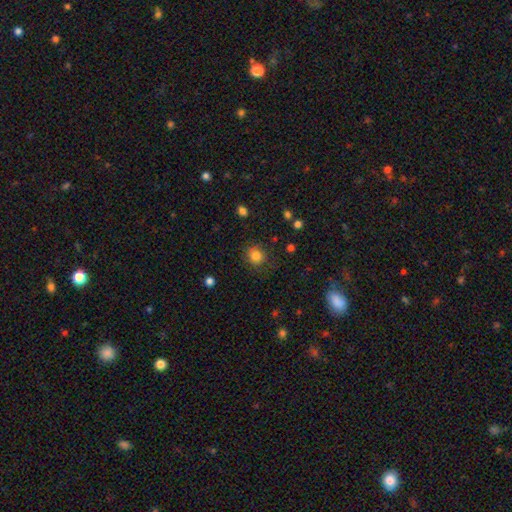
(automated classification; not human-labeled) Smooth or featured? Predicted: smooth (p=0.82). How rounded? Predicted: round (p=0.83). Merging? Predicted: none (p=0.81).